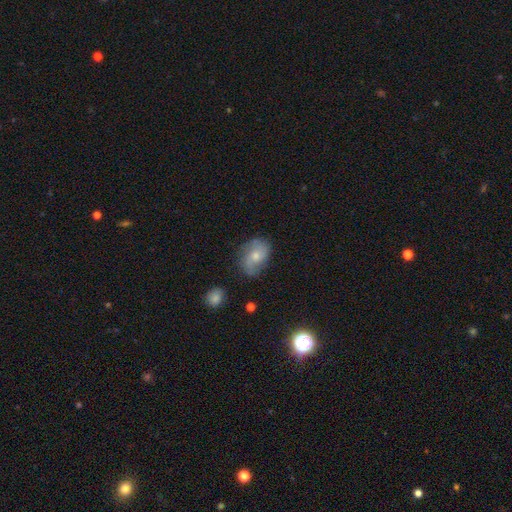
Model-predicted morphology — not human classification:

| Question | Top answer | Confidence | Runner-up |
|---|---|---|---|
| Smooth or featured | smooth | 50% | featured or disk (42%) |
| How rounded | in between | 76% | round (23%) |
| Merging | none | 64% | minor disturbance (25%) |